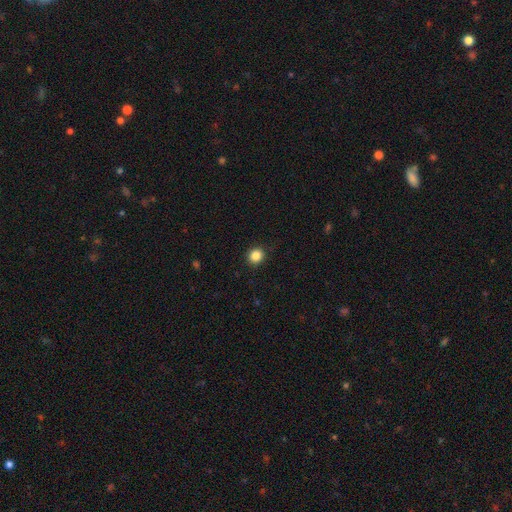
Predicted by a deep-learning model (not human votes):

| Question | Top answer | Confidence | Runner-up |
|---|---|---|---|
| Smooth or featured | smooth | 85% | star or artifact (11%) |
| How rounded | round | 87% | in between (12%) |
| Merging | none | 92% | minor disturbance (5%) |